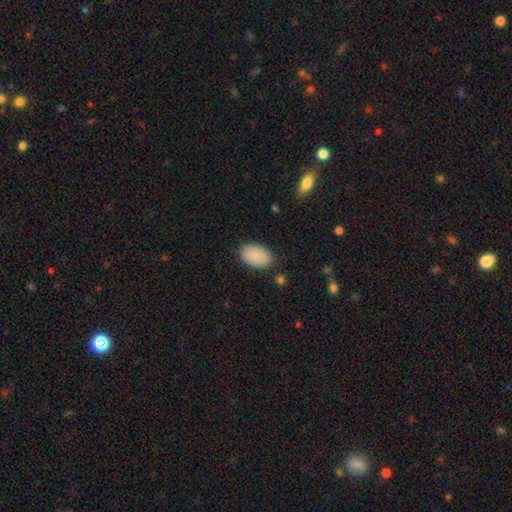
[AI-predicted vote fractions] Smooth or featured?
  - smooth: 90% *
  - star or artifact: 6%
  - featured or disk: 4%
How rounded?
  - in between: 91% *
  - round: 8%
  - cigar-shaped: 1%
Merging?
  - none: 85% *
  - minor disturbance: 11%
  - major disturbance: 3%
  - merger: 1%